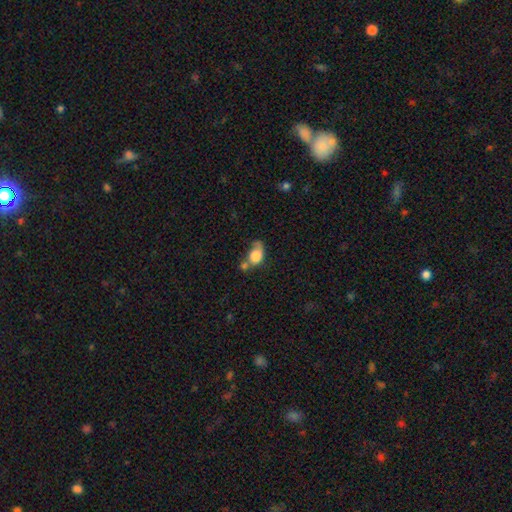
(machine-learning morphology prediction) smooth-or-featured: smooth: 73% | featured or disk: 18% | star or artifact: 9%
  how-rounded: in between: 66% | round: 31% | cigar-shaped: 2%
  merging: merger: 32% | none: 25% | major disturbance: 22% | minor disturbance: 21%